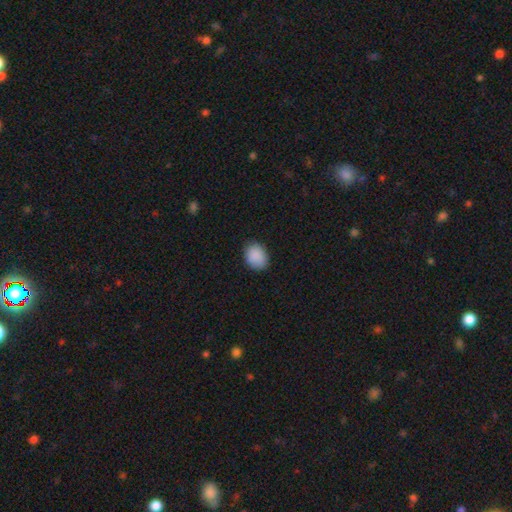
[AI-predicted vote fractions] Morphology: type=smooth (89%); roundness=in between (57%); merging=none (83%).